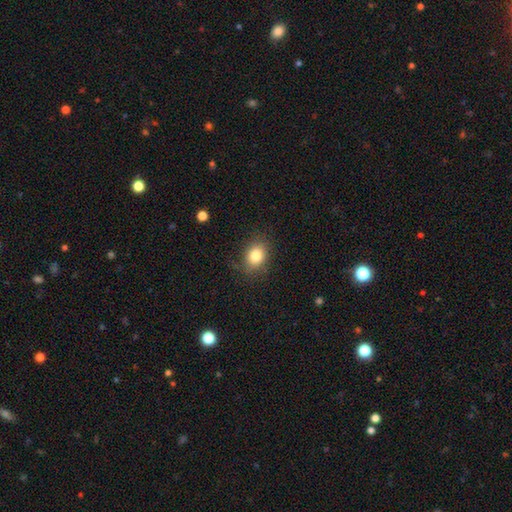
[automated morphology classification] This is clearly a smooth galaxy (81%). How rounded: possibly in between (54%). Merging: likely none (77%).